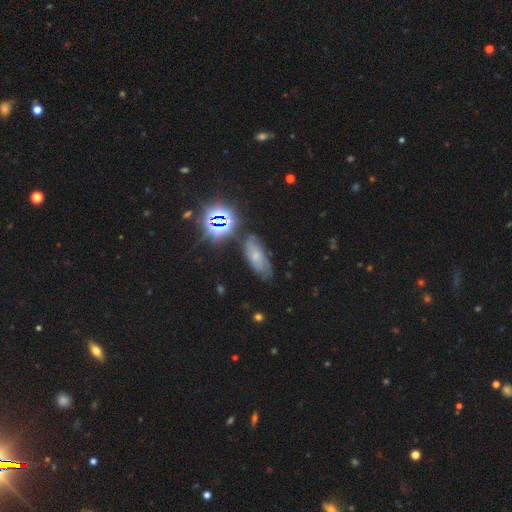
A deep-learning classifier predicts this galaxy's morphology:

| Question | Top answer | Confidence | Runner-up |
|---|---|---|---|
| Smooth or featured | featured or disk | 39% | smooth (35%) |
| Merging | none | 62% | minor disturbance (25%) |